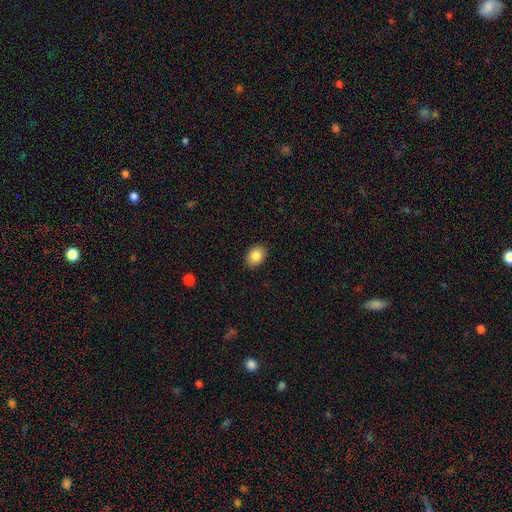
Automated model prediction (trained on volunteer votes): smooth_or_featured: smooth (p=0.84) [alt: star or artifact p=0.08]
how_rounded: in between (p=0.64) [alt: round p=0.35]
merging: none (p=0.90) [alt: minor disturbance p=0.08]